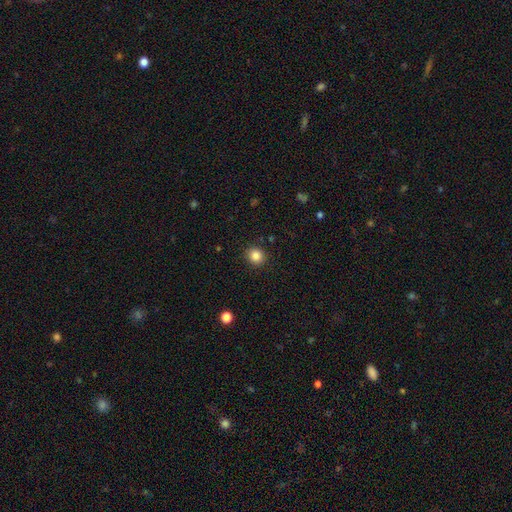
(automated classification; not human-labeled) smooth 86%, star or artifact 11%, featured or disk 4%. Down the decision tree: how rounded — round (85%); merging — none (90%).